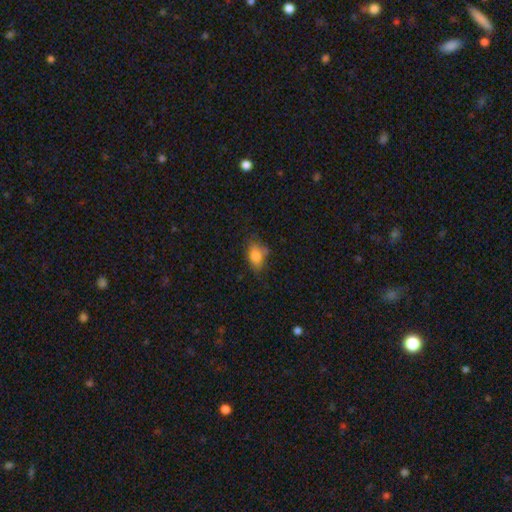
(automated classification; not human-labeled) The model was most divided on "merging": none: 55%, minor disturbance: 29%, major disturbance: 11%, merger: 4%. More confident: how rounded — in between (84%); smooth or featured — smooth (79%).